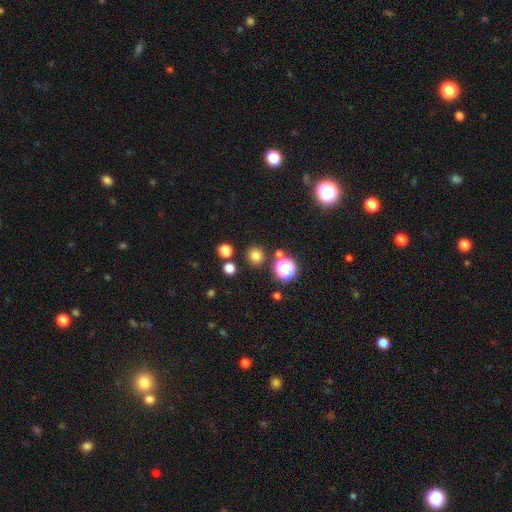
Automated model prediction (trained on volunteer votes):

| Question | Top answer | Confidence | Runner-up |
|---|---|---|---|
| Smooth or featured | smooth | 76% | star or artifact (19%) |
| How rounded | round | 92% | in between (7%) |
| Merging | none | 84% | minor disturbance (7%) |